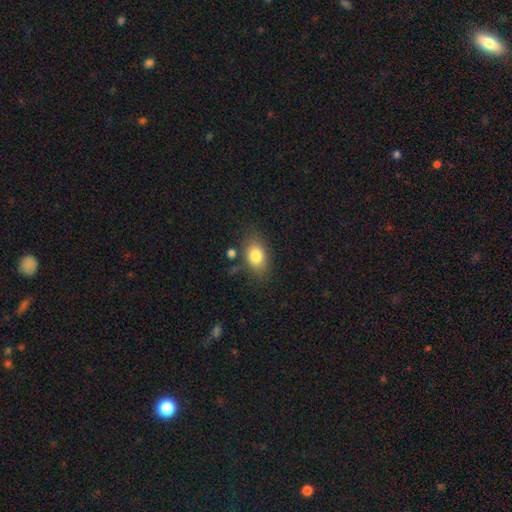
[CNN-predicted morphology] A smooth galaxy with no disk features (81%) that is in between round and cigar-shaped (81%).

Vote fractions:
- Smooth or featured? smooth: 81% / featured or disk: 11% / star or artifact: 9%
- How rounded? in between: 81% / round: 17% / cigar-shaped: 2%
- Merging? none: 74% / minor disturbance: 16% / merger: 5% / major disturbance: 5%